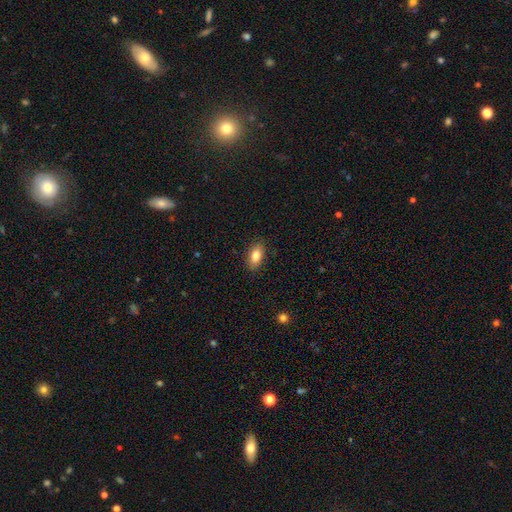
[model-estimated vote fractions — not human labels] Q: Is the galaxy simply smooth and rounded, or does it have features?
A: smooth — 83%.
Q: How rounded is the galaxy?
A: in between — 90%.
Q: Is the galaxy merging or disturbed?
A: none — 88%.